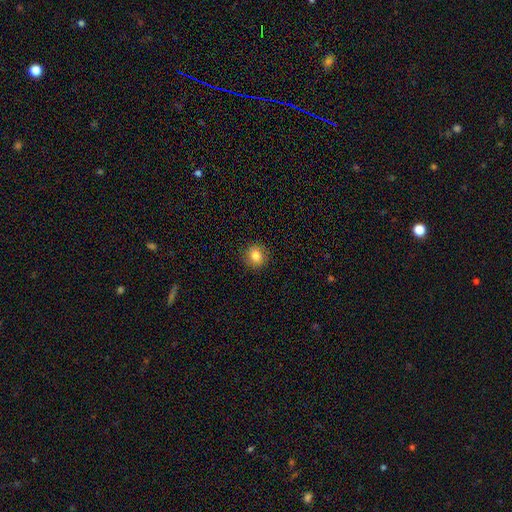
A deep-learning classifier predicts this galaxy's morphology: Smooth or featured? Predicted: smooth (p=0.82). How rounded? Predicted: round (p=0.81). Merging? Predicted: none (p=0.89).